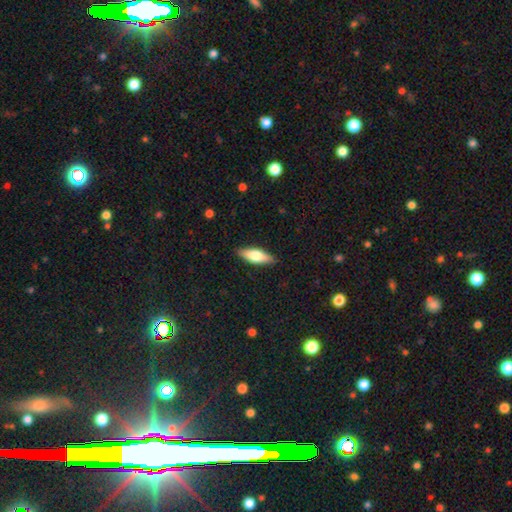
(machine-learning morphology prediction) smooth_or_featured: smooth (p=0.60) [alt: featured or disk p=0.34]
how_rounded: in between (p=0.59) [alt: cigar-shaped p=0.38]
merging: none (p=0.88) [alt: minor disturbance p=0.09]